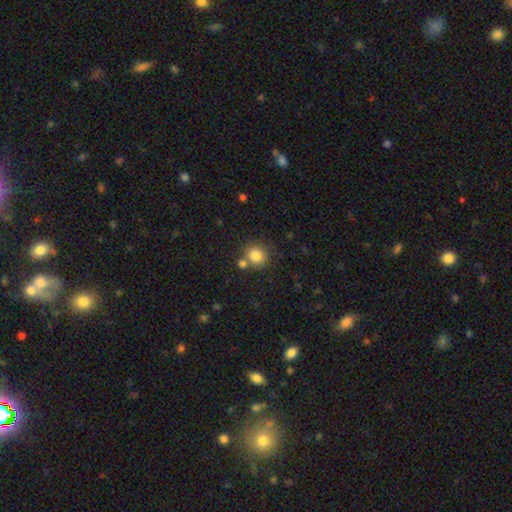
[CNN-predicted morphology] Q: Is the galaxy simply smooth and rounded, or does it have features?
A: smooth — 84%.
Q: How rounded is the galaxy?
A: round — 82%.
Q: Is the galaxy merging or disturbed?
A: none — 65%.